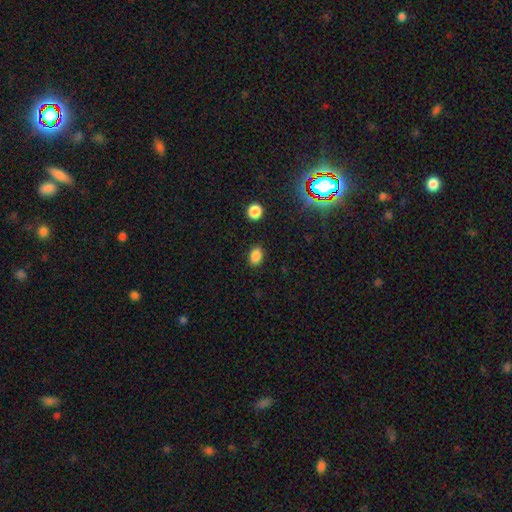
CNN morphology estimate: type=smooth (86%); roundness=in between (80%); merging=none (86%).